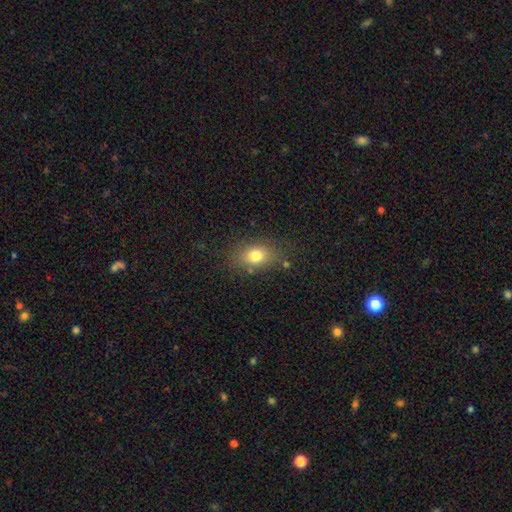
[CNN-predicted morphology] This appears to be a smooth galaxy with no disk features (78%) that is in between round and cigar-shaped (70%). Merging: none (78%).